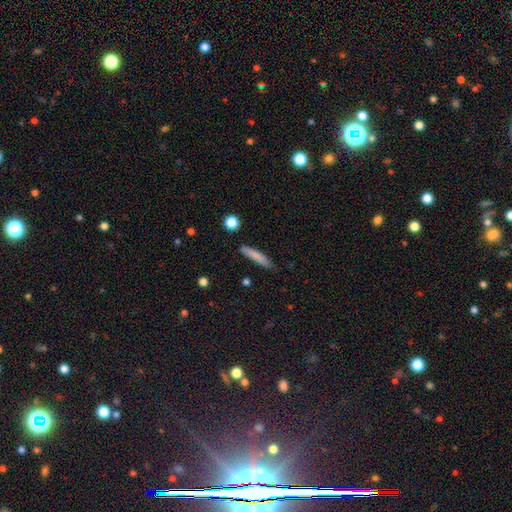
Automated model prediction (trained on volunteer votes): Smooth or featured?
  - smooth: 79% *
  - featured or disk: 14%
  - star or artifact: 7%
How rounded?
  - cigar-shaped: 89% *
  - in between: 9%
  - round: 1%
Merging?
  - none: 80% *
  - minor disturbance: 15%
  - major disturbance: 3%
  - merger: 2%